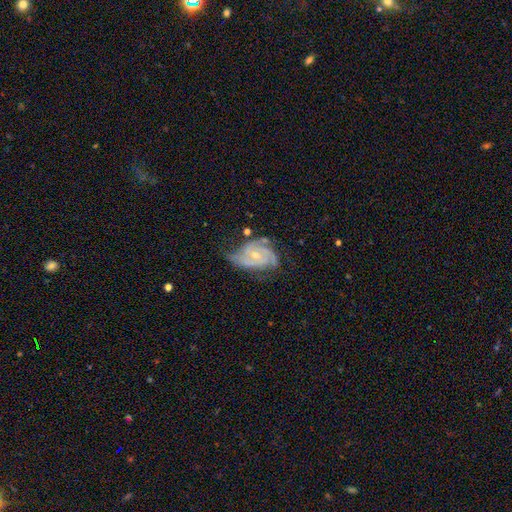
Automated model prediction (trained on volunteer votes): featured or disk 87%, smooth 8%, star or artifact 6%. Down the decision tree: edge-on disk — no (97%); bar — no (66%); spiral arms — yes (96%); spiral arm count — 3 (48%); spiral winding — tight (50%); bulge size — small (59%); merging — none (50%).